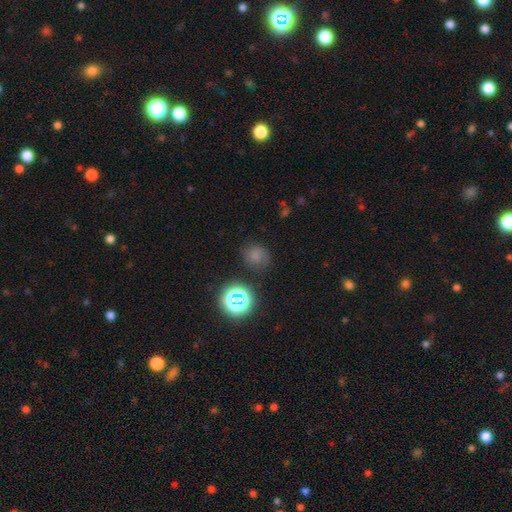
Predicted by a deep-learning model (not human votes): A smooth galaxy with no disk features (66%) that is round (80%). Merging: none (71%).